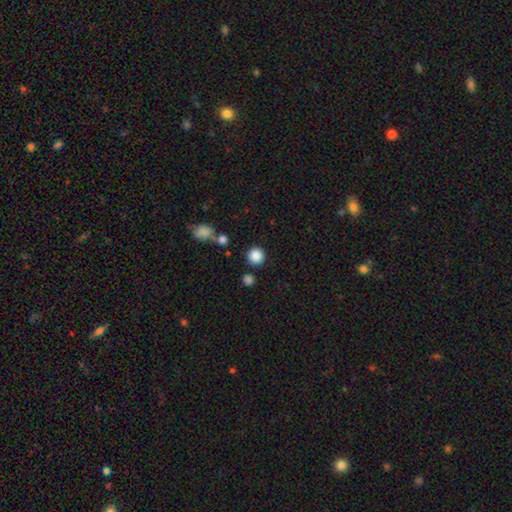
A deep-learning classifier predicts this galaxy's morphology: This appears to be a smooth galaxy with no disk features (86%) that is round (92%). Merging: none (85%).